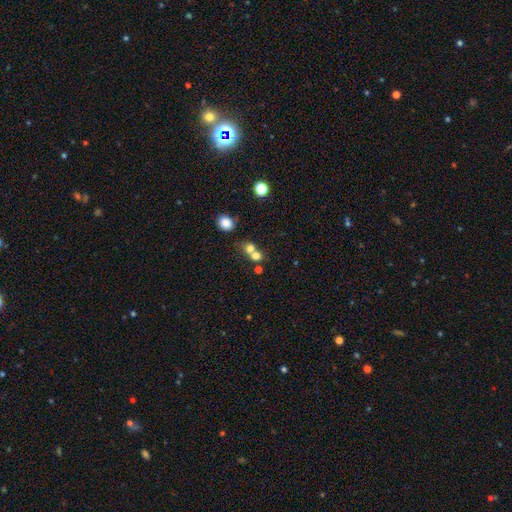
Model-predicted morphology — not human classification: This appears to be a smooth galaxy with no disk features (71%) that is round (76%). Merging: merger (59%).